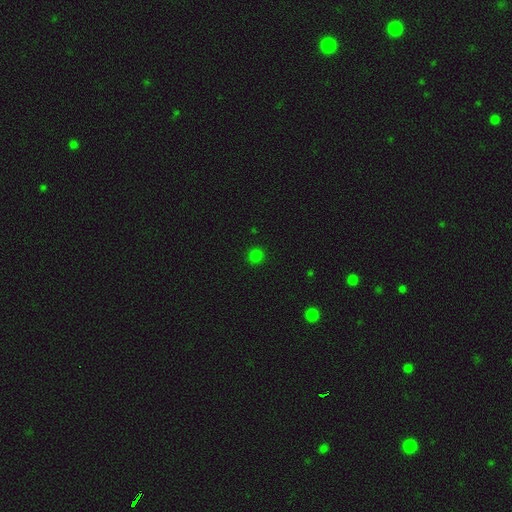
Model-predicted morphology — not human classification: This is clearly a smooth galaxy (80%). How rounded: clearly round (93%). Merging: clearly none (92%).